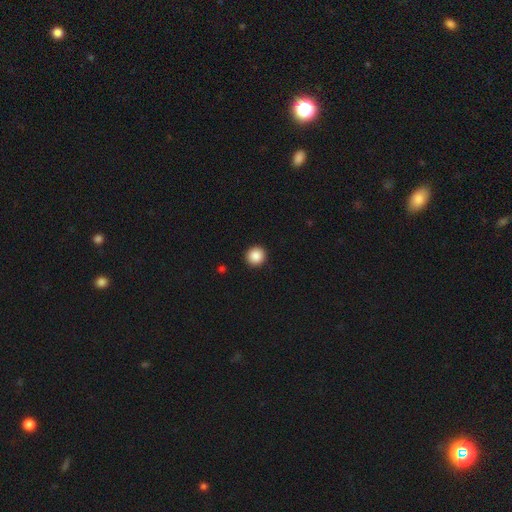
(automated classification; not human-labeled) Smooth or featured? smooth (88%)
How rounded? round (94%)
Merging? none (93%)